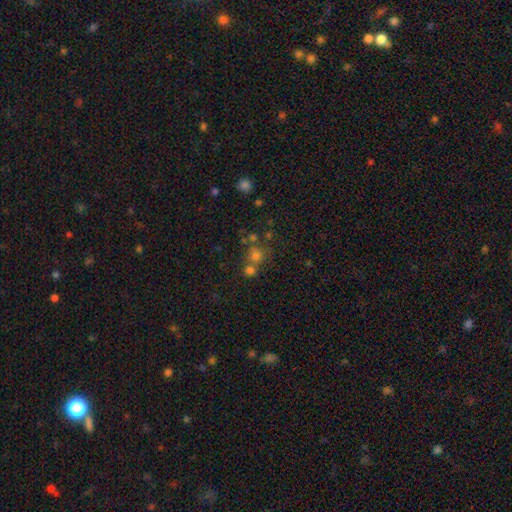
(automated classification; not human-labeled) This appears to be a smooth galaxy with no disk features (61%) that is round (87%). Merging: none (54%).